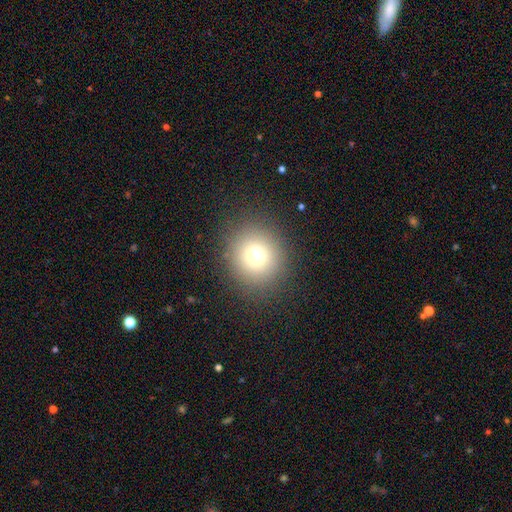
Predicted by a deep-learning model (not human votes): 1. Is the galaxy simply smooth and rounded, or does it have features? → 72% smooth, 18% star or artifact, 10% featured or disk.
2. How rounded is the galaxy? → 86% round, 13% in between, 1% cigar-shaped.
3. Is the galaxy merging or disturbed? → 88% none, 7% minor disturbance, 4% major disturbance, 1% merger.